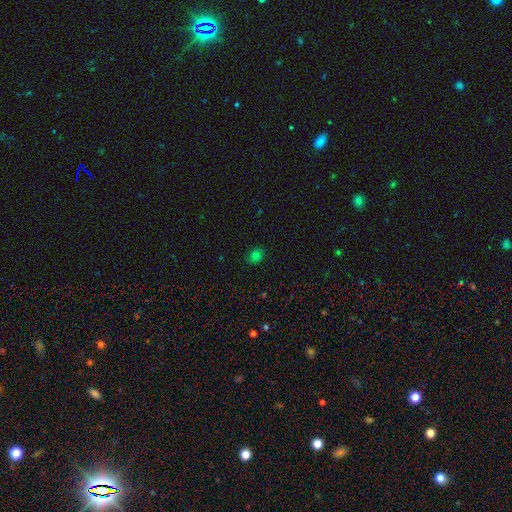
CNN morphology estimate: A smooth galaxy with no disk features (76%) that is round (58%).

Vote fractions:
- Smooth or featured? smooth: 76% / star or artifact: 18% / featured or disk: 6%
- How rounded? round: 58% / in between: 41% / cigar-shaped: 1%
- Merging? none: 85% / minor disturbance: 11% / major disturbance: 3% / merger: 1%